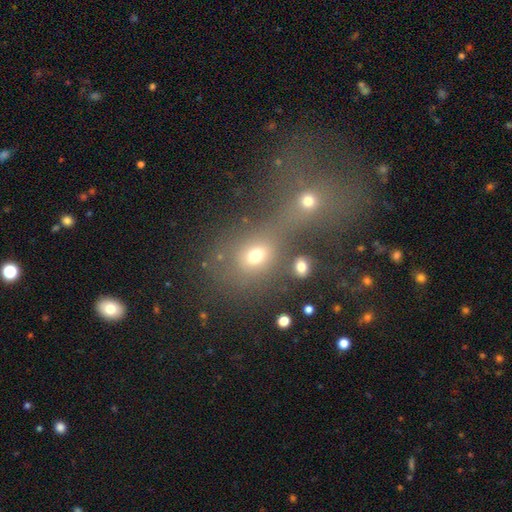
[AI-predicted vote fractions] A smooth galaxy with no disk features (67%) that is round (55%). Merging: merger (42%).